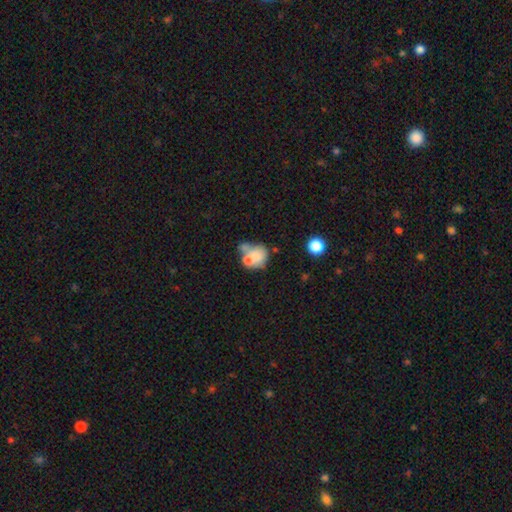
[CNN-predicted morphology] Smooth or featured? smooth (67%)
How rounded? round (63%)
Merging? merger (45%)